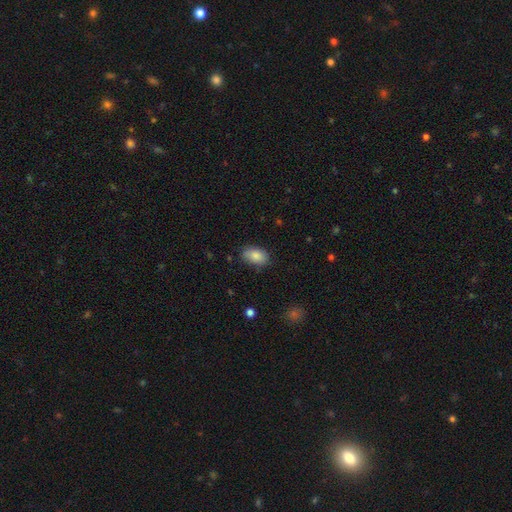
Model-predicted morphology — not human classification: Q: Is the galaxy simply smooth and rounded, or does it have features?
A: smooth — 85%.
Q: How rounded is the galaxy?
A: in between — 91%.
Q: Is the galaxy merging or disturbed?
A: none — 77%.